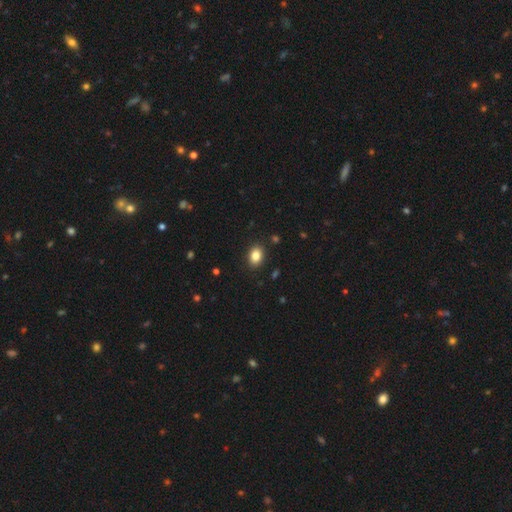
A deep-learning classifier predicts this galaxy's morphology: type=smooth (85%); roundness=in between (73%); merging=none (89%).